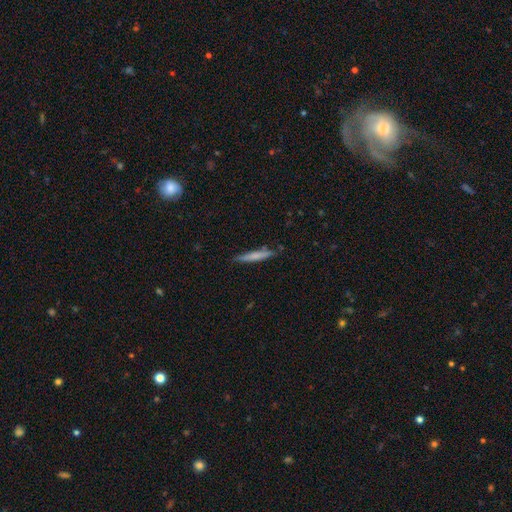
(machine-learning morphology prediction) type=smooth (67%); roundness=cigar-shaped (93%); merging=none (82%).